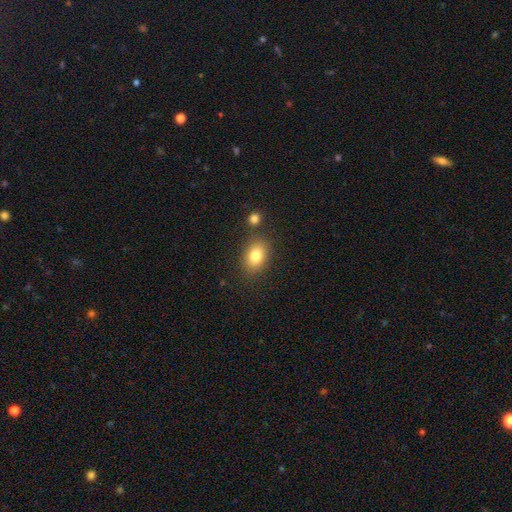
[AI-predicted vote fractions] This appears to be a smooth galaxy with no disk features (81%) that is in between round and cigar-shaped (75%). Merging: none (80%).